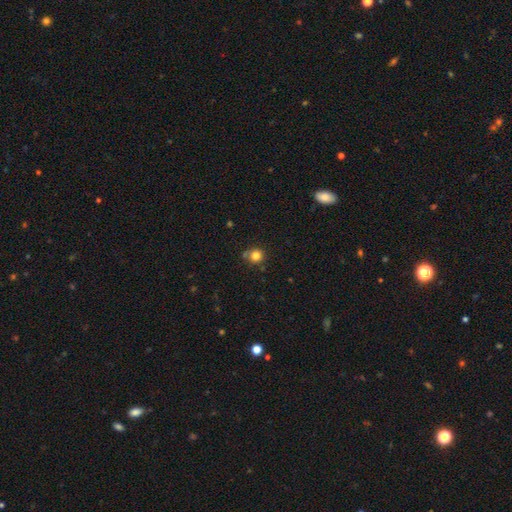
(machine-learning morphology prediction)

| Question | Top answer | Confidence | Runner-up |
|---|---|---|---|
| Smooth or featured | smooth | 81% | star or artifact (13%) |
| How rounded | round | 89% | in between (10%) |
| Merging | none | 74% | minor disturbance (14%) |